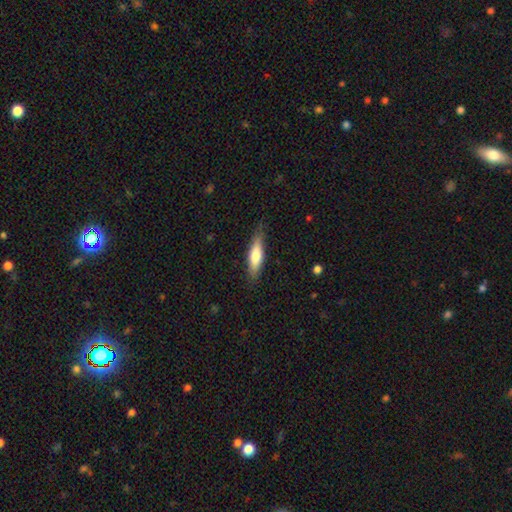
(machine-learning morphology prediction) smooth 68%, featured or disk 26%, star or artifact 6%. Down the decision tree: how rounded — cigar-shaped (64%); merging — none (79%).